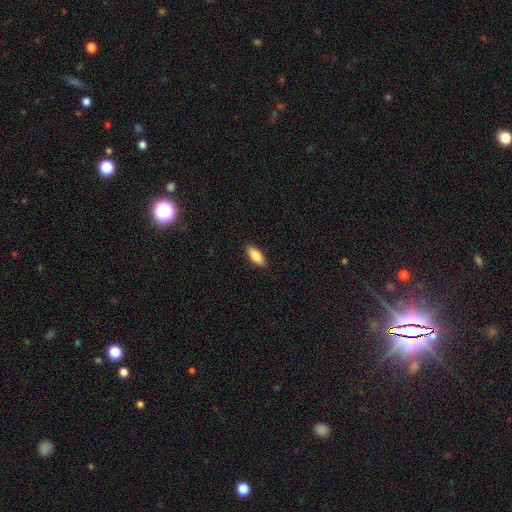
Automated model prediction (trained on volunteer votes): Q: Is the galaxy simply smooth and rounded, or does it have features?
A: smooth — 85%.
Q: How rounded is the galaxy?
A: in between — 81%.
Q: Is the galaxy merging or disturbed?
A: none — 90%.